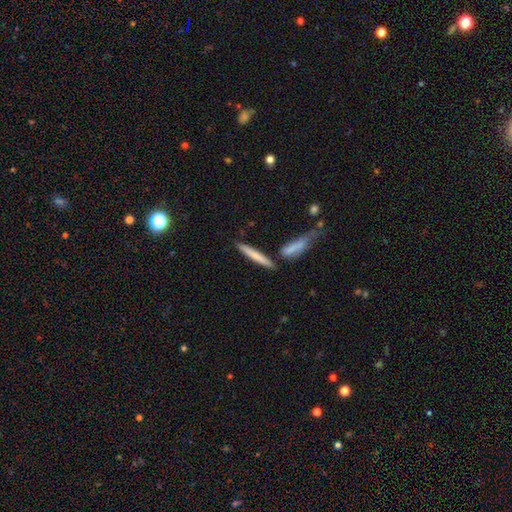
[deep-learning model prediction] This appears to be a smooth galaxy with no disk features (70%) that is cigar-shaped (92%). Merging: none (72%).